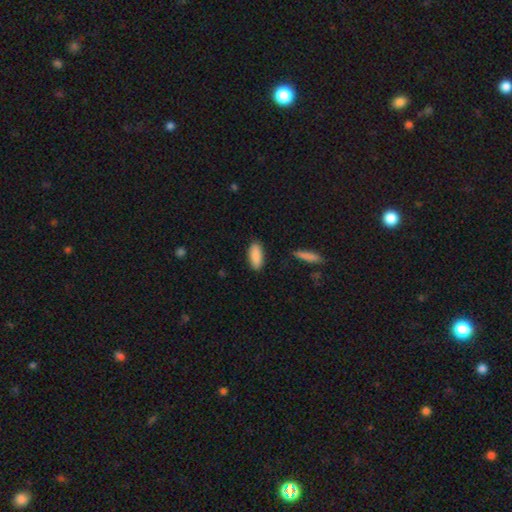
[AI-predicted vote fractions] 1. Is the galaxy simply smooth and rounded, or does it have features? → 89% smooth, 6% star or artifact, 5% featured or disk.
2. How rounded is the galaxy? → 82% in between, 16% cigar-shaped, 2% round.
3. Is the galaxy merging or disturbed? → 87% none, 9% minor disturbance, 2% major disturbance, 2% merger.